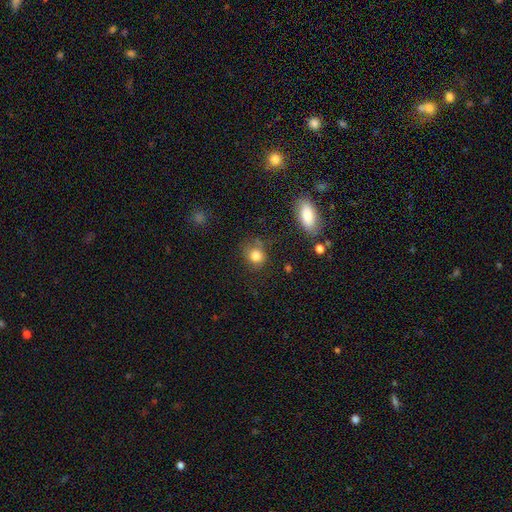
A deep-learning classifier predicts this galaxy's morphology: smooth 82%, star or artifact 11%, featured or disk 7%. Down the decision tree: how rounded — round (71%); merging — none (64%).